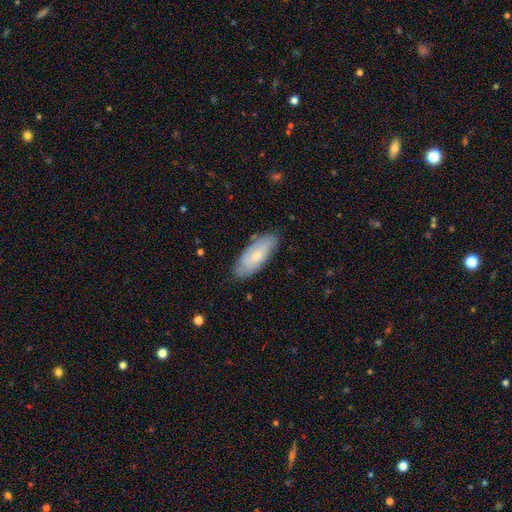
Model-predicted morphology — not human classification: Smooth or featured: smooth — 55% (featured or disk — 39%)
How rounded: in between — 79% (cigar-shaped — 19%)
Merging: none — 79% (minor disturbance — 16%)